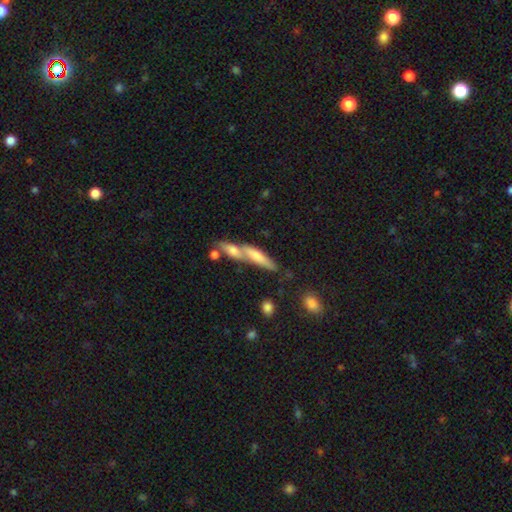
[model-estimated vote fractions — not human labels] This is possibly a featured or disk galaxy (48%). Merging: marginally none (42%).